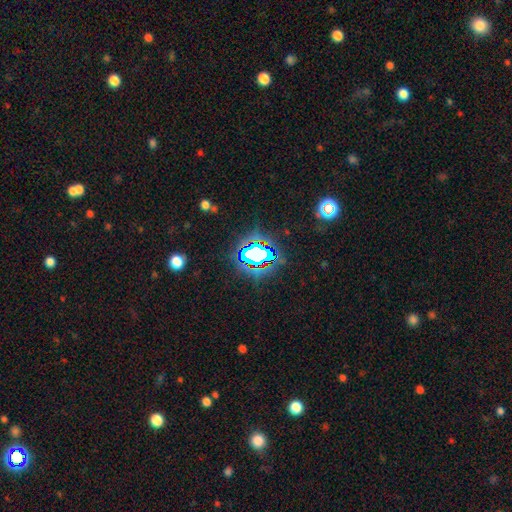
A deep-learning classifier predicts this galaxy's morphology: This is likely a star or artifact rather than a galaxy (66%).